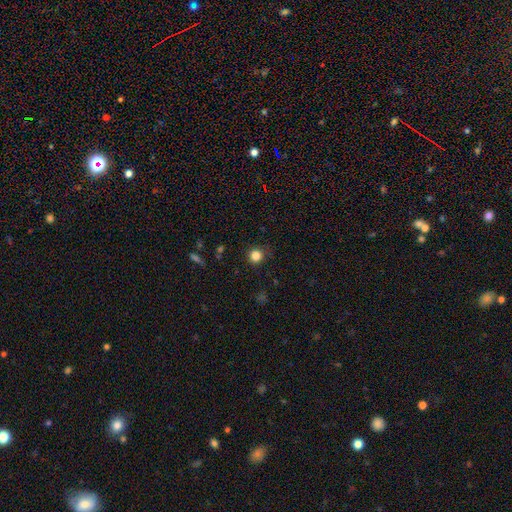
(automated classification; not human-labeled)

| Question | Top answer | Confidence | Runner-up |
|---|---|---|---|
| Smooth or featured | smooth | 83% | star or artifact (13%) |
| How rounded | round | 93% | in between (6%) |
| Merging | none | 86% | minor disturbance (10%) |